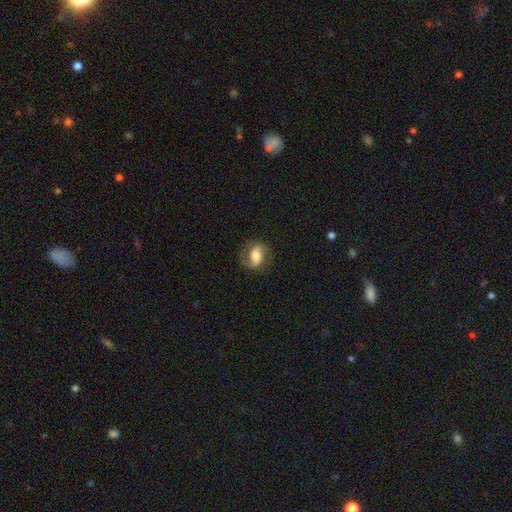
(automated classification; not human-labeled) A featured or disk galaxy (51%).

Vote fractions:
- Smooth or featured? featured or disk: 51% / smooth: 41% / star or artifact: 8%
- Edge-on disk? no: 95% / yes: 5%
- Merging? none: 72% / minor disturbance: 18% / major disturbance: 10% / merger: 1%